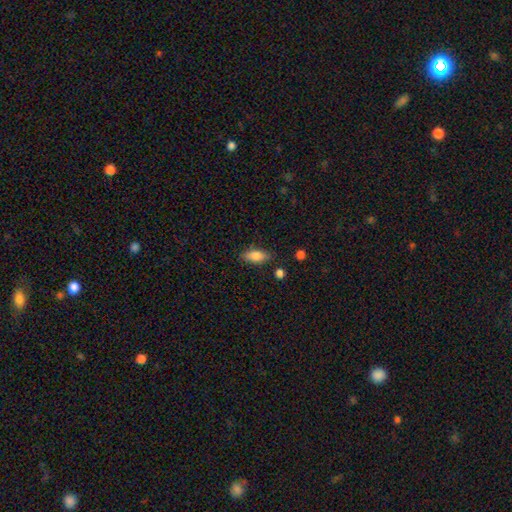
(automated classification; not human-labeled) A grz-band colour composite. It shows a smooth galaxy with no disk features (82%) that is in between round and cigar-shaped (83%). Merging: none (80%).